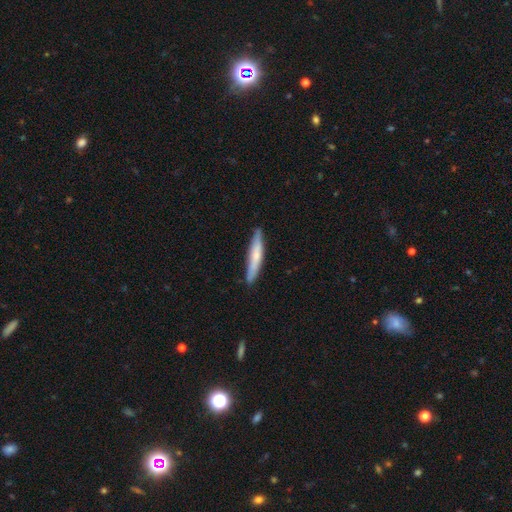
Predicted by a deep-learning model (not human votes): Morphology: type=smooth (60%); roundness=cigar-shaped (93%); merging=none (86%).